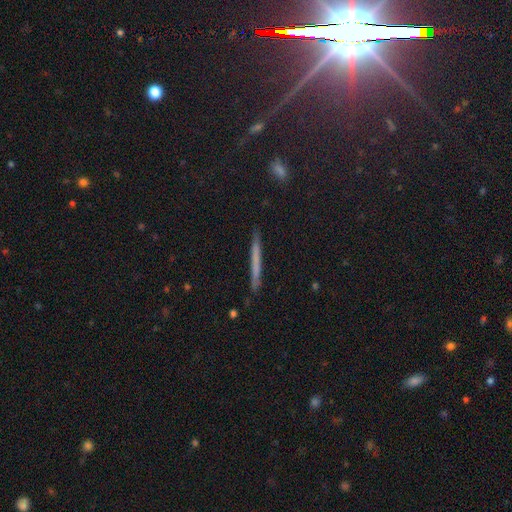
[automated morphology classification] A smooth galaxy with no disk features (54%) that is cigar-shaped (96%).

Vote fractions:
- Smooth or featured? smooth: 54% / featured or disk: 37% / star or artifact: 9%
- How rounded? cigar-shaped: 96% / in between: 2% / round: 2%
- Merging? none: 90% / minor disturbance: 7% / major disturbance: 1% / merger: 1%